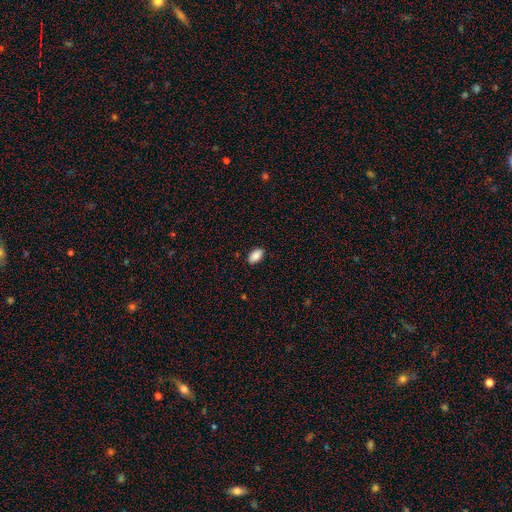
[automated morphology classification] type=smooth (89%); roundness=in between (93%); merging=none (87%).